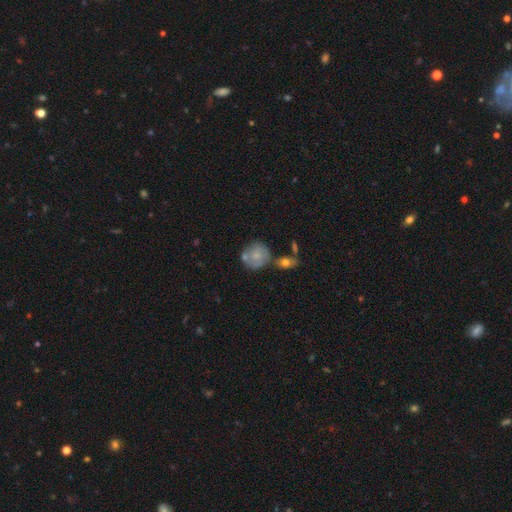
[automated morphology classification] Overall: smooth (60%; featured or disk 33%). How rounded: round (82%). Merging: none (50%; merger 22%).